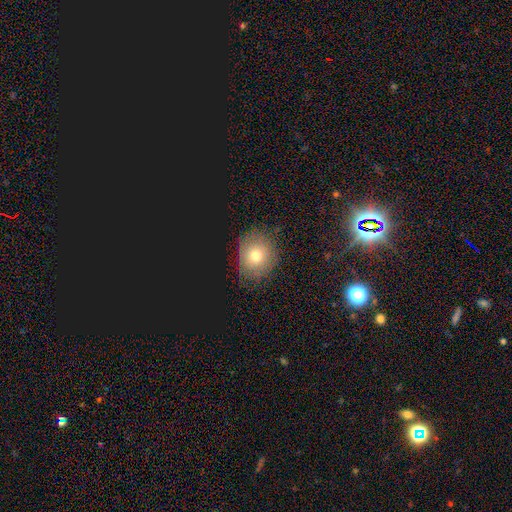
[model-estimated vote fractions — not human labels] This is likely a smooth galaxy (70%). How rounded: likely round (74%). Merging: clearly none (82%).